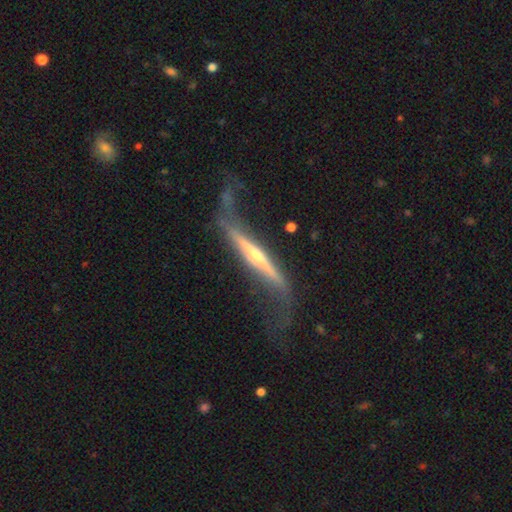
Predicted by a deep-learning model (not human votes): Q: Smooth or featured?
A: featured or disk (81%); runner-up: smooth (14%)
Q: Edge-on disk?
A: yes (85%); runner-up: no (15%)
Q: Edge-on bulge?
A: rounded (78%); runner-up: none (16%)
Q: Merging?
A: none (42%); runner-up: major disturbance (28%)